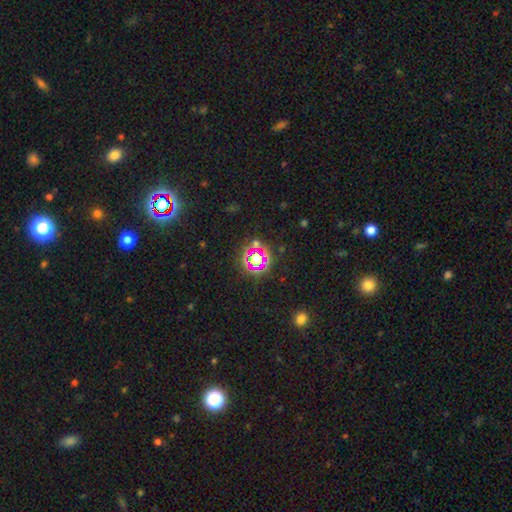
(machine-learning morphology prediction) smooth-or-featured: star or artifact: 68% | smooth: 21% | featured or disk: 11%